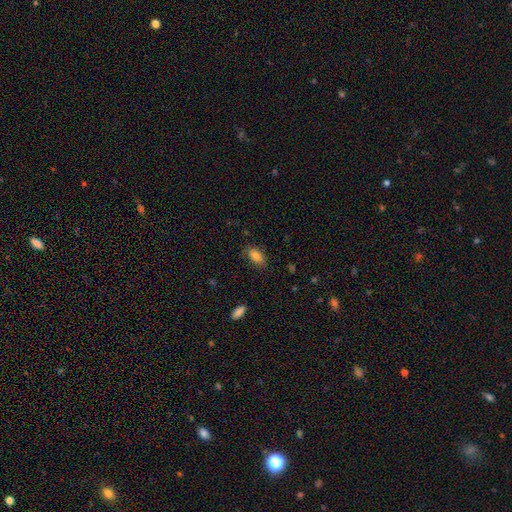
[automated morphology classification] smooth-or-featured: smooth: 83% | featured or disk: 9% | star or artifact: 8%
  how-rounded: in between: 90% | cigar-shaped: 6% | round: 4%
  merging: none: 76% | minor disturbance: 18% | major disturbance: 4% | merger: 1%